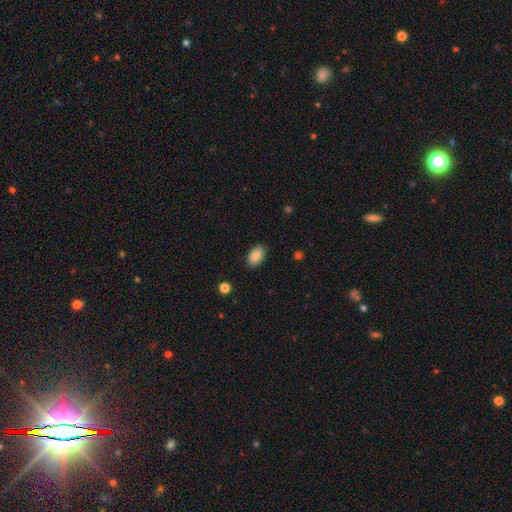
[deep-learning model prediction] Overall: smooth (86%). How rounded: in between (93%). Merging: none (87%).